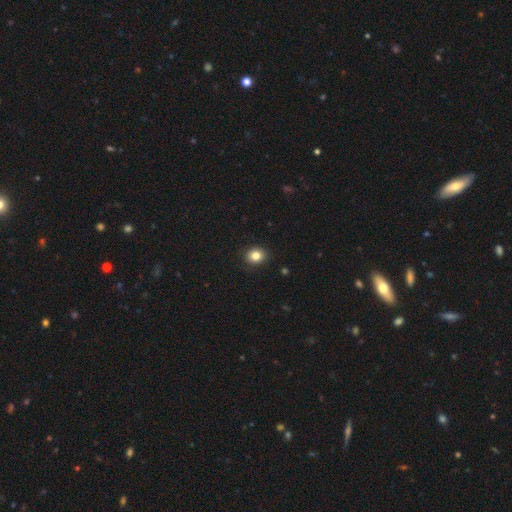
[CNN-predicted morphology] type=smooth (84%); roundness=round (68%); merging=none (89%).